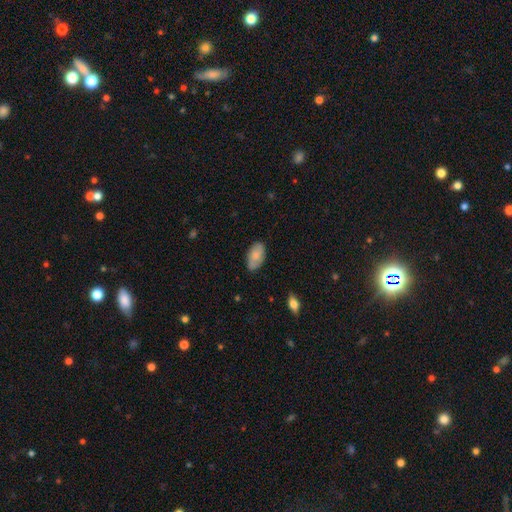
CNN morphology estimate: Overall: smooth (68%). How rounded: in between (94%). Merging: none (76%).